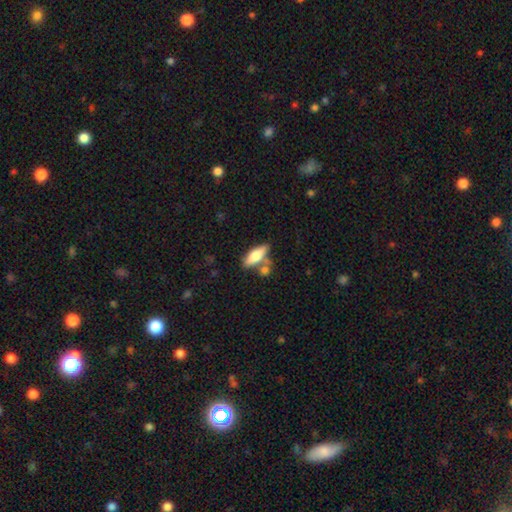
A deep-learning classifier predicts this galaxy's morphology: This is likely a smooth galaxy (66%). How rounded: possibly in between (59%). Merging: likely none (62%).